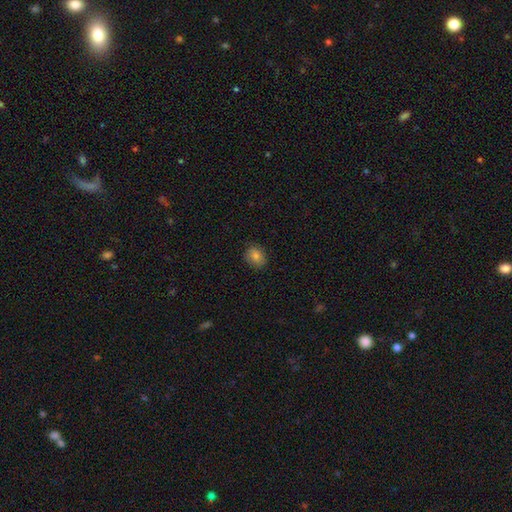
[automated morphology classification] The model was most divided on "how rounded": round: 50%, in between: 49%, cigar-shaped: 1%. More confident: merging — none (85%); smooth or featured — smooth (83%).